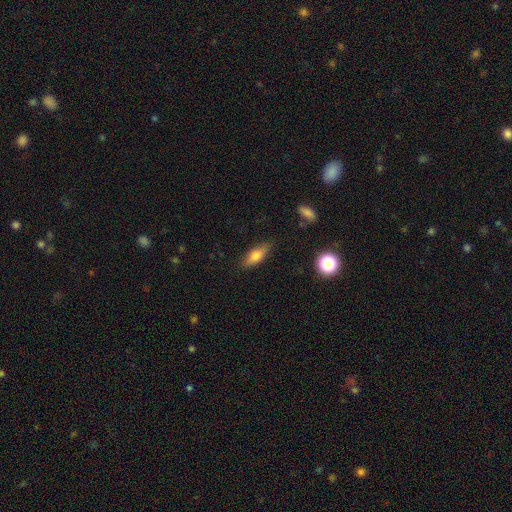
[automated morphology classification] A smooth galaxy with no disk features (70%) that is in between round and cigar-shaped (67%). Merging: none (82%).